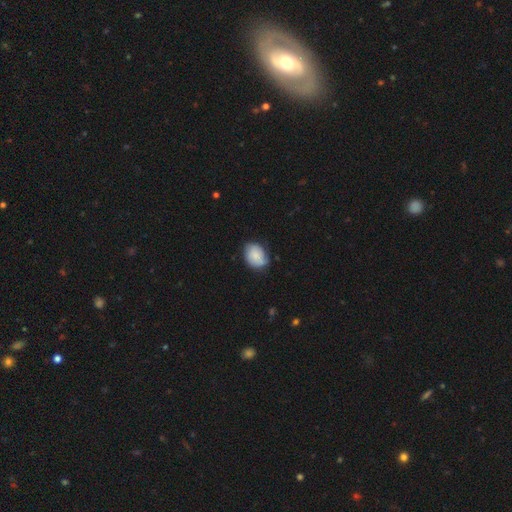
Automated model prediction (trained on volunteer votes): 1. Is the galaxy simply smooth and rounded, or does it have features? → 75% smooth, 18% featured or disk, 7% star or artifact.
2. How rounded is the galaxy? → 64% in between, 35% round, 1% cigar-shaped.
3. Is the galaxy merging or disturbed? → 64% none, 29% minor disturbance, 6% major disturbance, 1% merger.